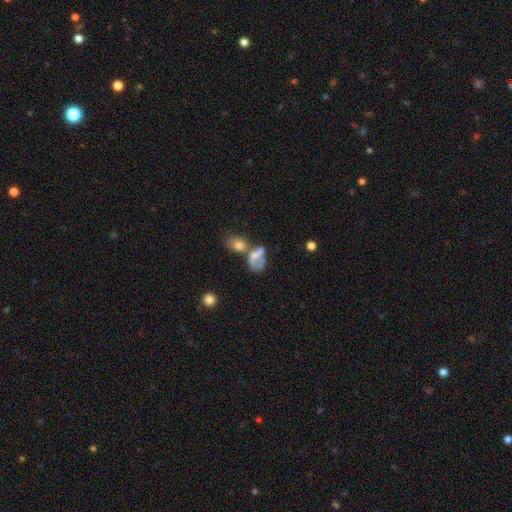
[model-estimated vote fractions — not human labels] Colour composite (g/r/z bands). It shows a smooth galaxy with no disk features (56%) that is in between round and cigar-shaped (75%). Merging: merger (56%).